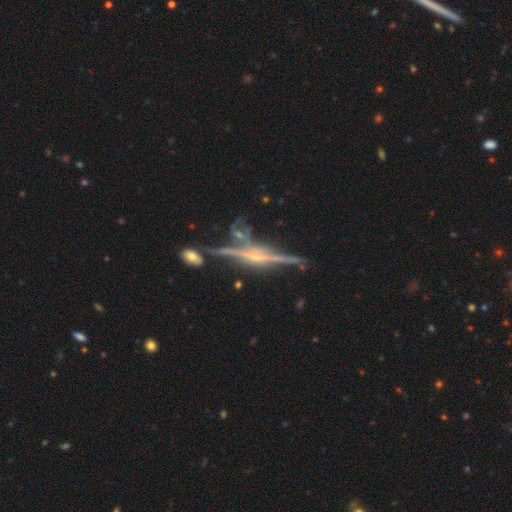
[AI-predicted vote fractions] This appears to be a featured or disk galaxy (85%) viewed edge-on (97%) with a rounded central bulge (65%). Merging: none (70%).